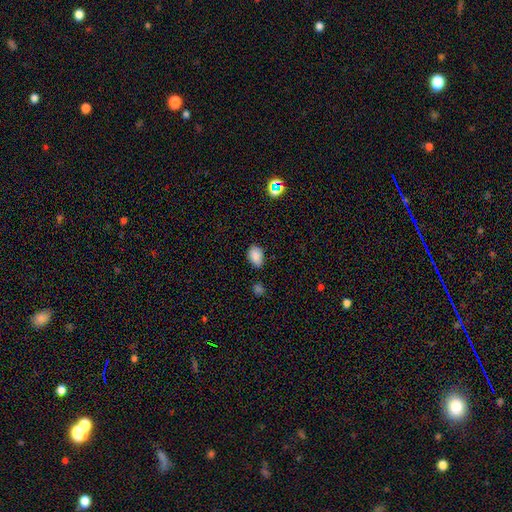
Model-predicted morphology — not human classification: Overall: smooth (85%). How rounded: in between (82%). Merging: none (72%).